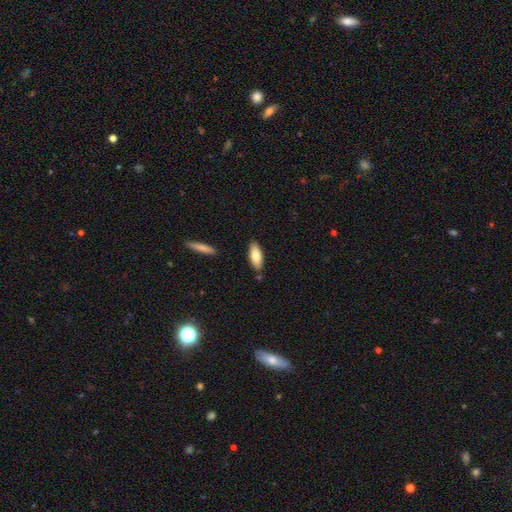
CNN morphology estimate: smooth 78%, featured or disk 16%, star or artifact 6%. Down the decision tree: how rounded — in between (73%); merging — none (83%).